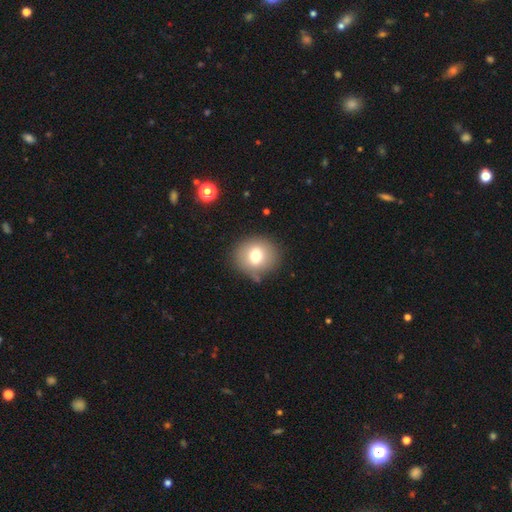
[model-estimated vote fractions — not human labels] This appears to be a smooth galaxy with no disk features (73%) that is round (83%). Merging: none (81%).